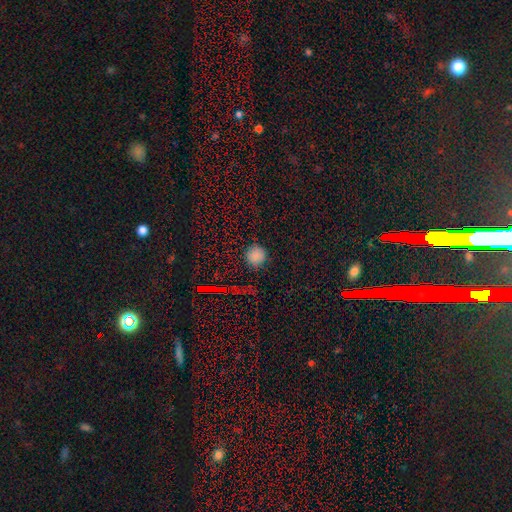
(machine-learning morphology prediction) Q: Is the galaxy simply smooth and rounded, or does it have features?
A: smooth — 73%.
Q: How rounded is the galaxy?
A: round — 93%.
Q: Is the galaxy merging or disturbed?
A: none — 84%.